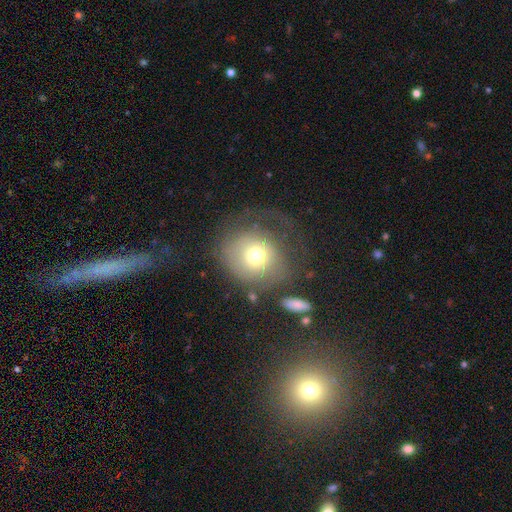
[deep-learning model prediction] Smooth or featured? Predicted: smooth (p=0.61). How rounded? Predicted: round (p=0.85). Merging? Predicted: none (p=0.43).